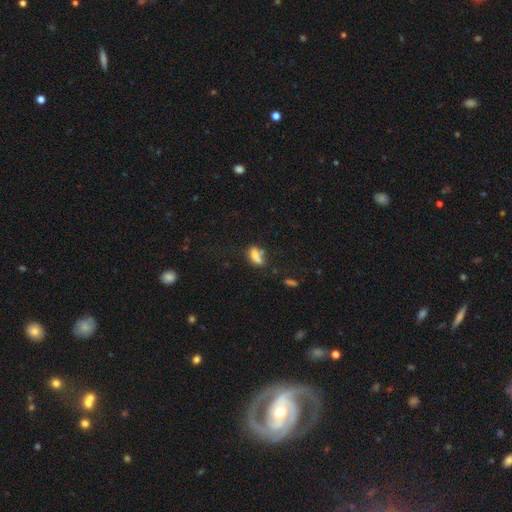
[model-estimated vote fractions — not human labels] Morphology: type=smooth (72%); roundness=in between (78%); merging=none (38%).